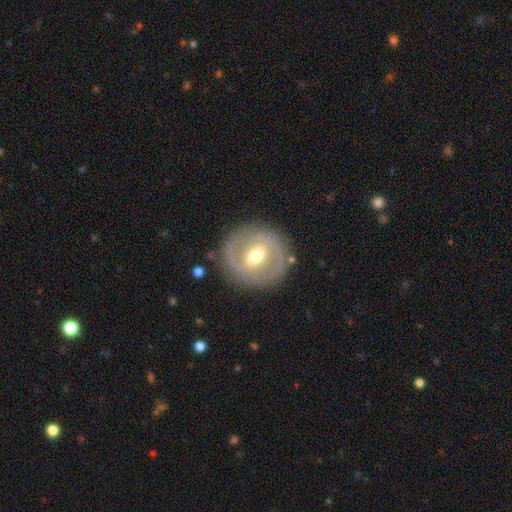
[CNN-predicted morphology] featured or disk 72%, smooth 22%, star or artifact 5%. Down the decision tree: edge-on disk — no (96%); bar — weak (49%); spiral arms — yes (66%); bulge size — moderate (72%); merging — none (83%).